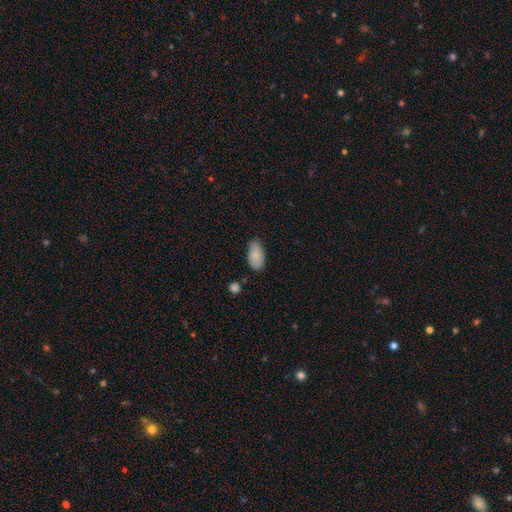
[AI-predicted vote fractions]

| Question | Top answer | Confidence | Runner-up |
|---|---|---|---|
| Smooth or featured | smooth | 85% | featured or disk (8%) |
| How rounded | in between | 95% | round (3%) |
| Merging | none | 78% | minor disturbance (17%) |